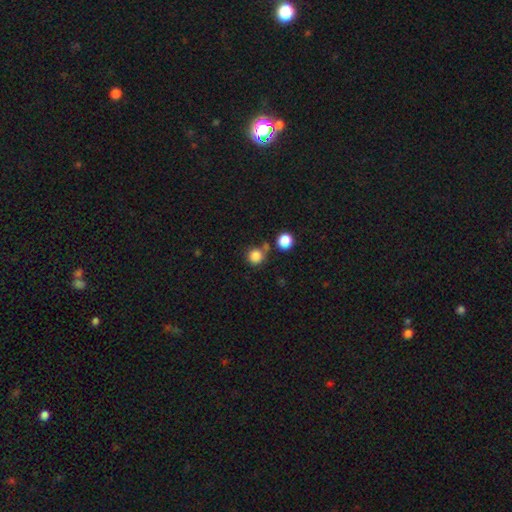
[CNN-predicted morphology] smooth_or_featured: smooth (p=0.84) [alt: star or artifact p=0.11]
how_rounded: round (p=0.92) [alt: in between p=0.07]
merging: none (p=0.71) [alt: merger p=0.16]